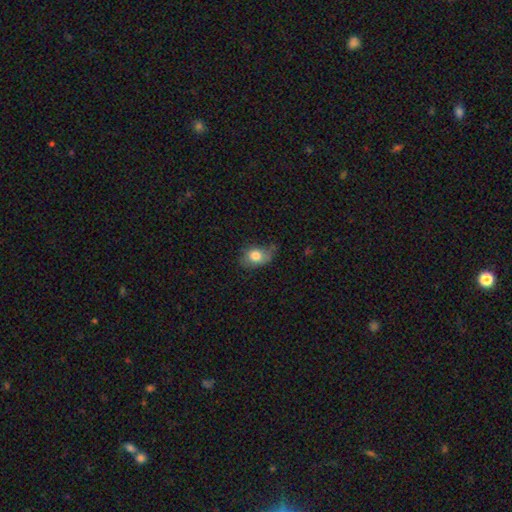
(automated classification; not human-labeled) smooth-or-featured: smooth: 76% | featured or disk: 16% | star or artifact: 8%
  how-rounded: in between: 74% | round: 25% | cigar-shaped: 2%
  merging: none: 42% | minor disturbance: 39% | major disturbance: 16% | merger: 2%